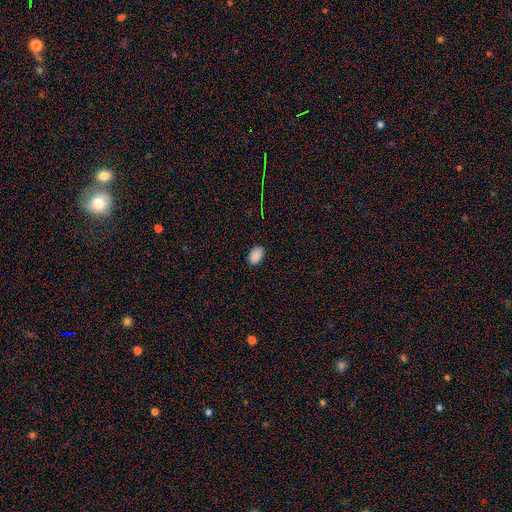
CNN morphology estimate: smooth 87%, star or artifact 9%, featured or disk 3%. Down the decision tree: how rounded — in between (88%); merging — none (86%).